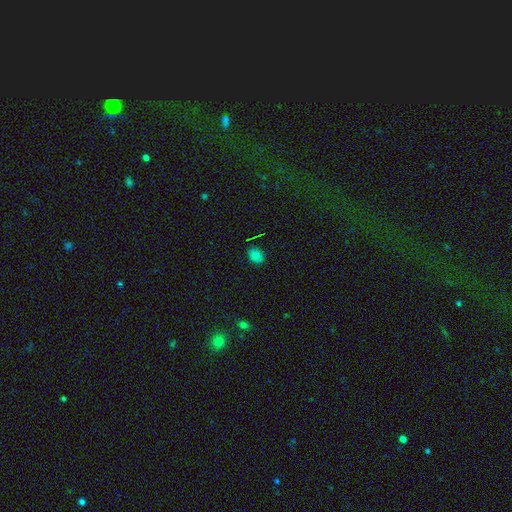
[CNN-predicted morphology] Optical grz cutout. It shows a smooth galaxy with no disk features (75%) that is in between round and cigar-shaped (62%). Merging: none (82%).